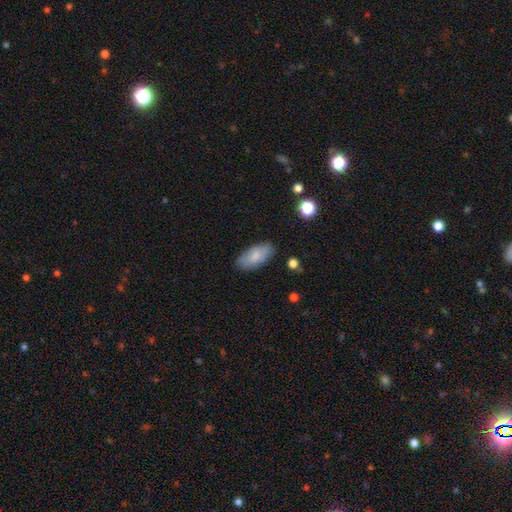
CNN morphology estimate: Smooth or featured? smooth (78%)
How rounded? in between (92%)
Merging? none (82%)